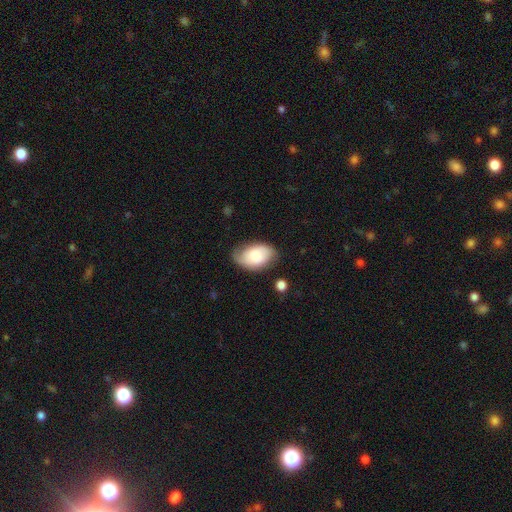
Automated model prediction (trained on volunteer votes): Overall: smooth (66%; featured or disk 27%). How rounded: in between (90%). Merging: none (63%; minor disturbance 27%).